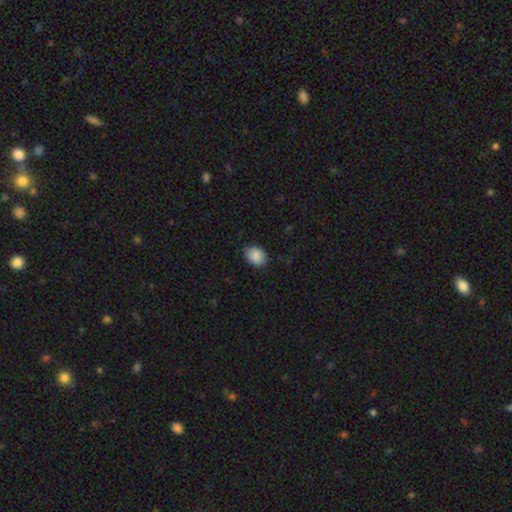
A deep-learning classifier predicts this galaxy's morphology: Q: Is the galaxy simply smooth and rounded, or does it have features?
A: smooth — 89%.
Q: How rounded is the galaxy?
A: in between — 70%.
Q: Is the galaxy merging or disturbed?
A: none — 82%.